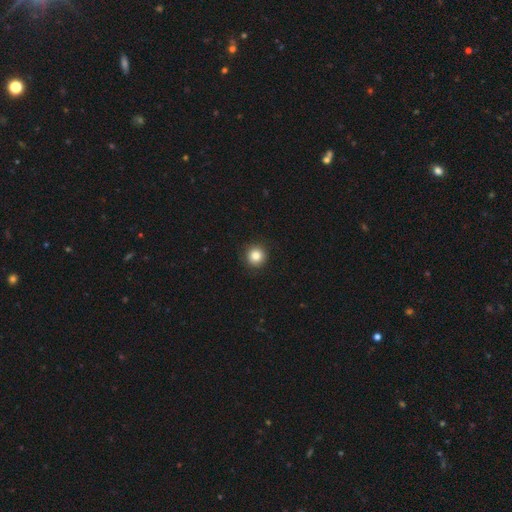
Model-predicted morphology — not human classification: This appears to be a smooth galaxy with no disk features (84%) that is round (95%). Merging: none (91%).